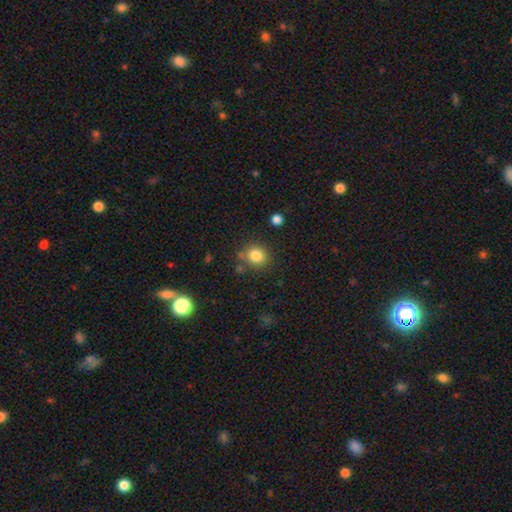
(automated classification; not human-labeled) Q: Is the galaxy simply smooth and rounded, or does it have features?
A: smooth — 83%.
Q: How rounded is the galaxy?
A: round — 76%.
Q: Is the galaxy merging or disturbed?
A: none — 78%.